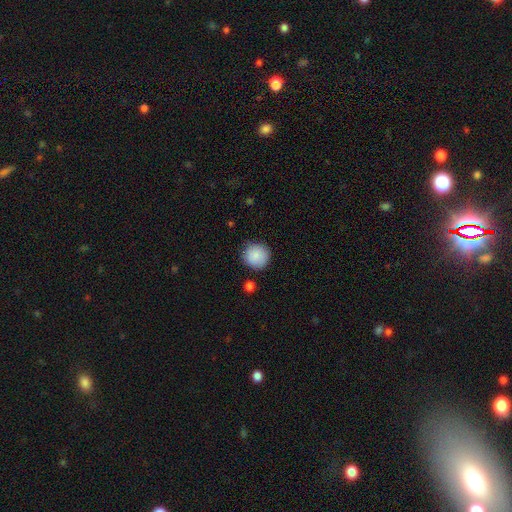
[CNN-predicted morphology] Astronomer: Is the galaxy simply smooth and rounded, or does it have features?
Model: smooth — 87%.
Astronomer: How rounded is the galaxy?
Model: round — 93%.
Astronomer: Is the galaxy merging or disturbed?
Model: none — 82%.